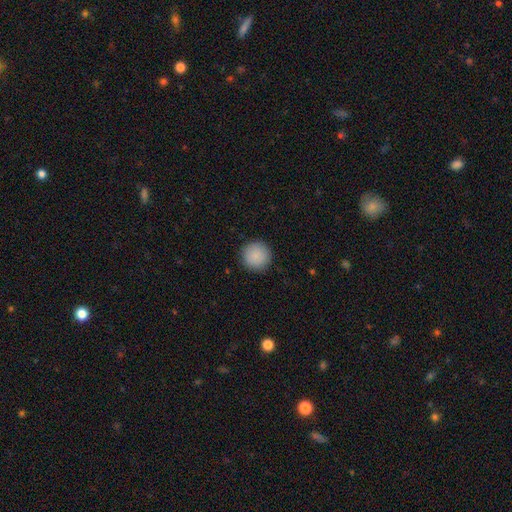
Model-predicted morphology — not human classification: Smooth or featured?
  - smooth: 89% *
  - star or artifact: 7%
  - featured or disk: 3%
How rounded?
  - round: 96% *
  - in between: 3%
  - cigar-shaped: 1%
Merging?
  - none: 92% *
  - minor disturbance: 6%
  - major disturbance: 2%
  - merger: 1%